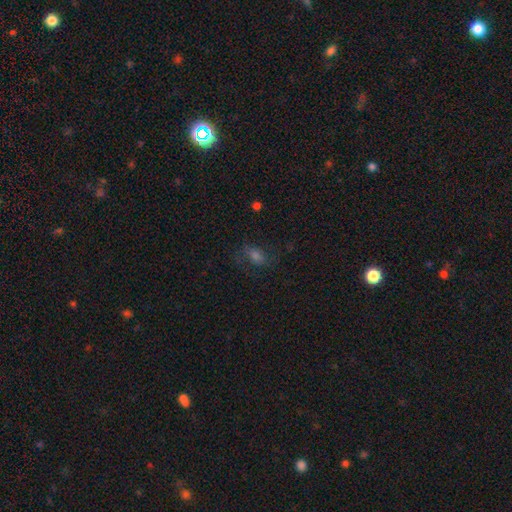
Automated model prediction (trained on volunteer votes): A smooth galaxy with no disk features (50%). Merging: none (63%).